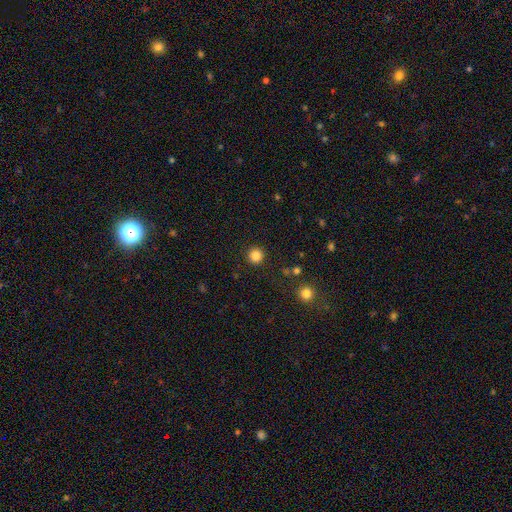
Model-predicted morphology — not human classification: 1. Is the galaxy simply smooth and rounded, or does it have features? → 85% smooth, 12% star or artifact, 3% featured or disk.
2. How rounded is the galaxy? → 95% round, 4% in between, 1% cigar-shaped.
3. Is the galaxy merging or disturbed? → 92% none, 5% minor disturbance, 2% major disturbance, 1% merger.